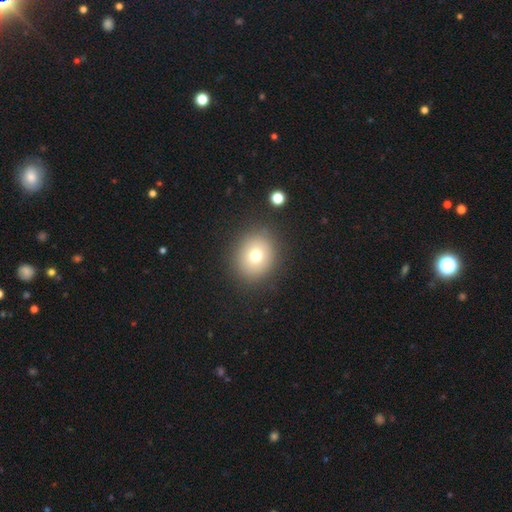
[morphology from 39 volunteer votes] smooth_or_featured: smooth (p=0.85) [alt: featured or disk p=0.10]
how_rounded: round (p=0.67) [alt: in between p=0.33]
merging: none (p=0.78) [alt: minor disturbance p=0.11]